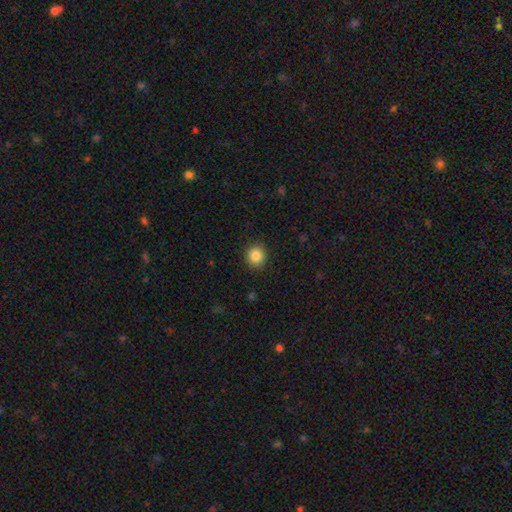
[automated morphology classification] smooth 86%, star or artifact 10%, featured or disk 5%. Down the decision tree: how rounded — round (87%); merging — none (91%).